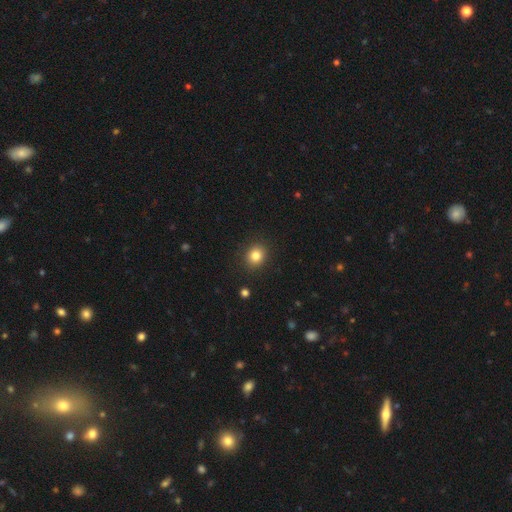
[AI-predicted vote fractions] Smooth or featured? smooth (83%)
How rounded? round (73%)
Merging? none (90%)